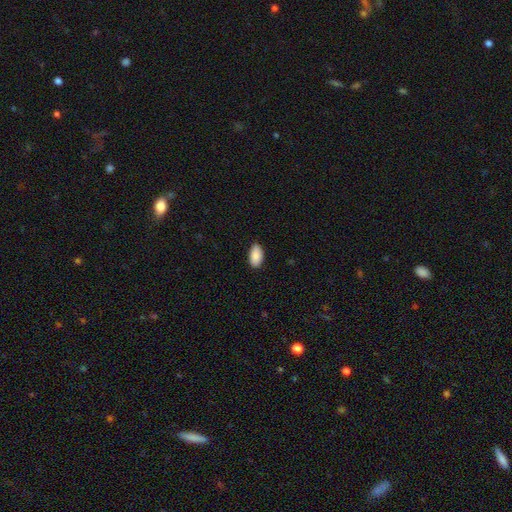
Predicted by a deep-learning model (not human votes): Overall: smooth (89%). How rounded: in between (95%). Merging: none (86%).